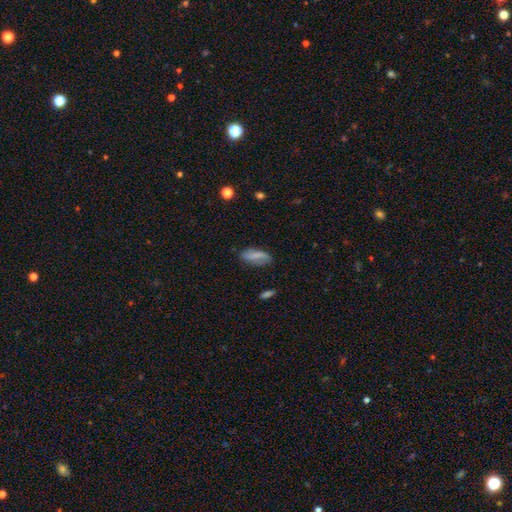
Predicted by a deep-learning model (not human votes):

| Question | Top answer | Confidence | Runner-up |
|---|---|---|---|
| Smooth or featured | smooth | 69% | featured or disk (23%) |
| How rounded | in between | 69% | cigar-shaped (28%) |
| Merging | none | 71% | minor disturbance (21%) |